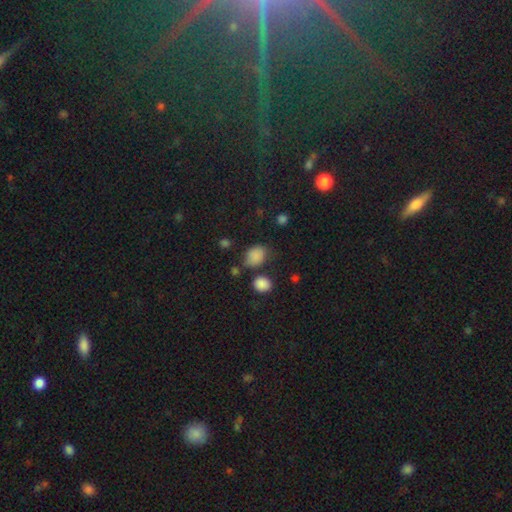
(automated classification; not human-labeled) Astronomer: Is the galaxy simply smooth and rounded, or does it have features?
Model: smooth — 82%.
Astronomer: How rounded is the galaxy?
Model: in between — 61% (runner-up: round, 38%).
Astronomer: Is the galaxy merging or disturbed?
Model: none — 62%.